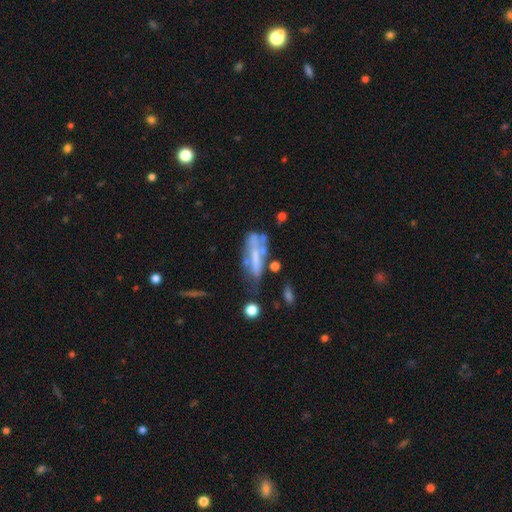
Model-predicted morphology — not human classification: This appears to be a featured or disk galaxy (55%). Merging: none (30%).